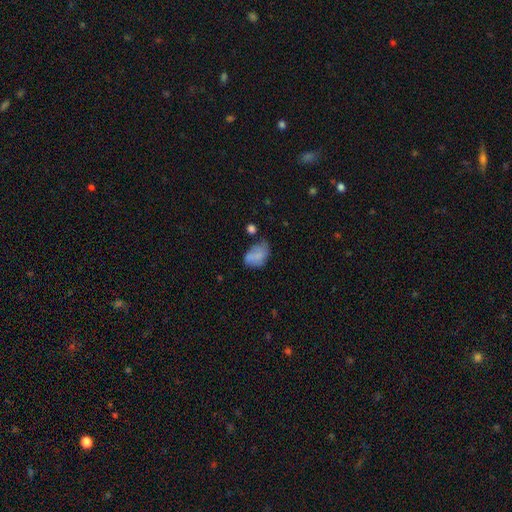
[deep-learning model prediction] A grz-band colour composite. It shows a smooth galaxy with no disk features (74%) that is in between round and cigar-shaped (81%). Merging: none (40%).